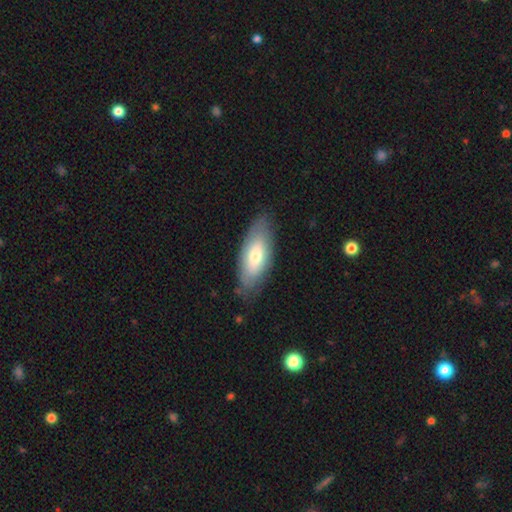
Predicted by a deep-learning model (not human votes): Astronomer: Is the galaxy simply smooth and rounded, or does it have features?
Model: smooth — 64%.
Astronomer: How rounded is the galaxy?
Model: in between — 82%.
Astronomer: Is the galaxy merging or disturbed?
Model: none — 78%.